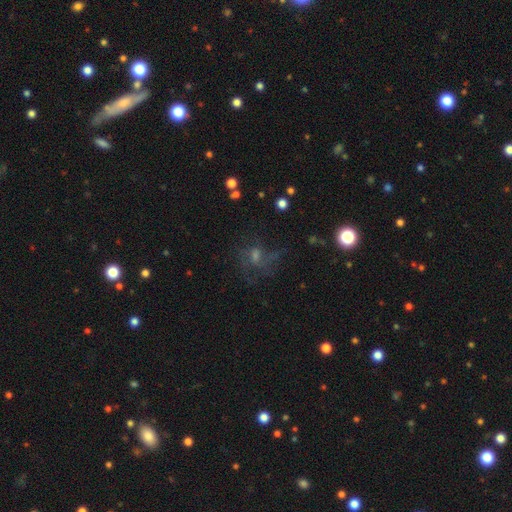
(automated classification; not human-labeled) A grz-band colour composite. It shows a featured or disk galaxy (47%). Merging: none (52%).